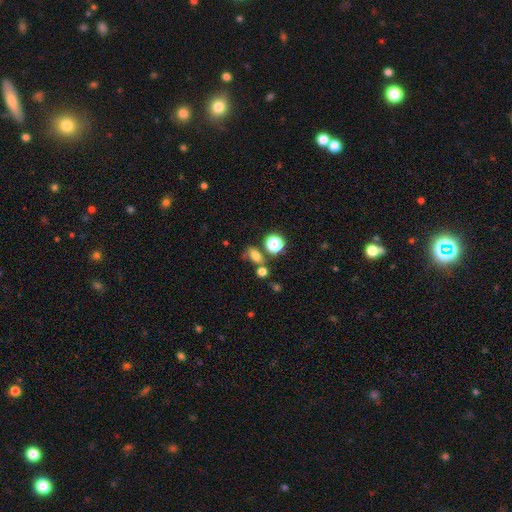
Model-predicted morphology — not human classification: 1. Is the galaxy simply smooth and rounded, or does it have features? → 65% smooth, 23% star or artifact, 12% featured or disk.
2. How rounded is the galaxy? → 65% in between, 31% round, 4% cigar-shaped.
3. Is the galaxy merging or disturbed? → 57% none, 18% merger, 17% minor disturbance, 9% major disturbance.